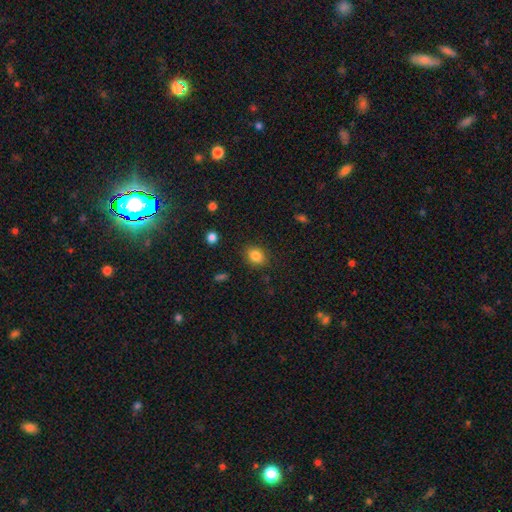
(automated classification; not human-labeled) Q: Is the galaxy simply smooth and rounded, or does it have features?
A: smooth — 84%.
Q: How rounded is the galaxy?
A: in between — 51%.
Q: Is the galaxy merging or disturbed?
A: none — 85%.